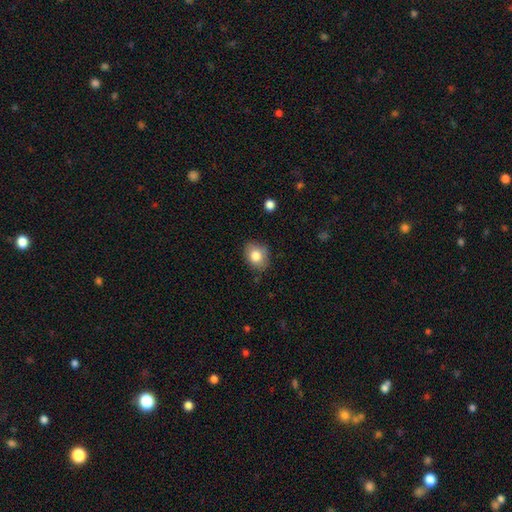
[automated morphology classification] This is clearly a smooth galaxy (81%). How rounded: possibly in between (55%). Merging: likely none (78%).